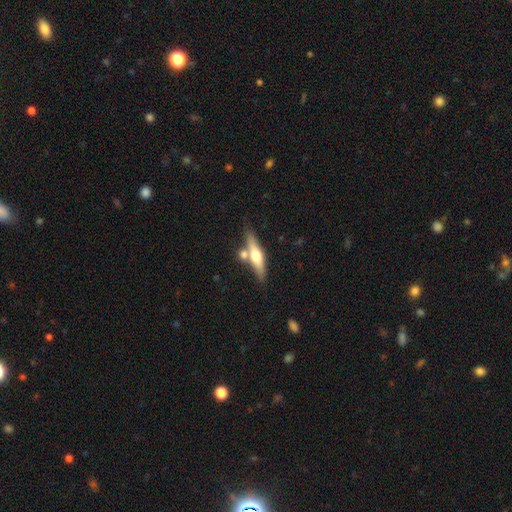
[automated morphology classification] Smooth or featured: featured or disk — 53% (smooth — 41%)
Edge-on disk: yes — 91% (no — 9%)
Merging: none — 66% (merger — 19%)